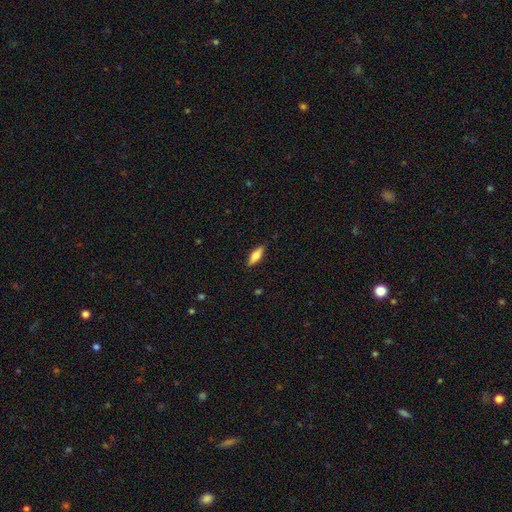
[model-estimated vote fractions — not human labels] Smooth or featured? Predicted: smooth (p=0.77). How rounded? Predicted: in between (p=0.64). Merging? Predicted: none (p=0.86).